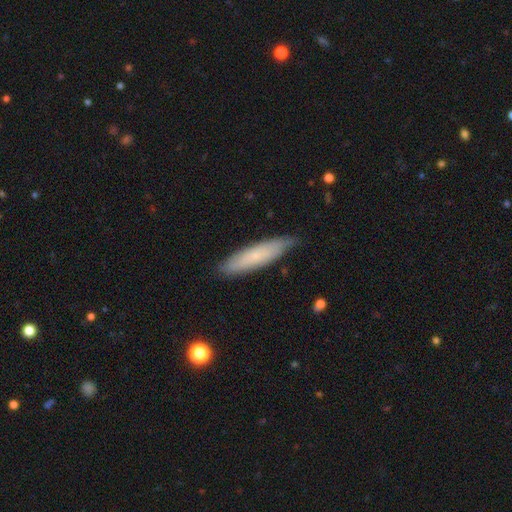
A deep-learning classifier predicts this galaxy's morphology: smooth-or-featured: smooth: 63% | featured or disk: 30% | star or artifact: 7%
  how-rounded: cigar-shaped: 77% | in between: 21% | round: 1%
  merging: none: 82% | minor disturbance: 14% | major disturbance: 2% | merger: 1%